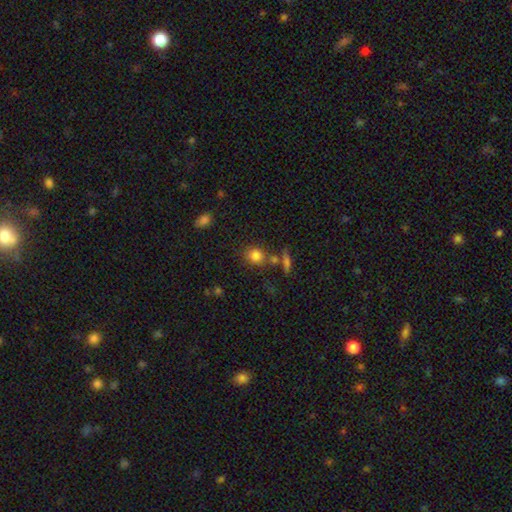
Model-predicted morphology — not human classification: smooth 81%, star or artifact 11%, featured or disk 8%. Down the decision tree: how rounded — round (74%); merging — none (69%).